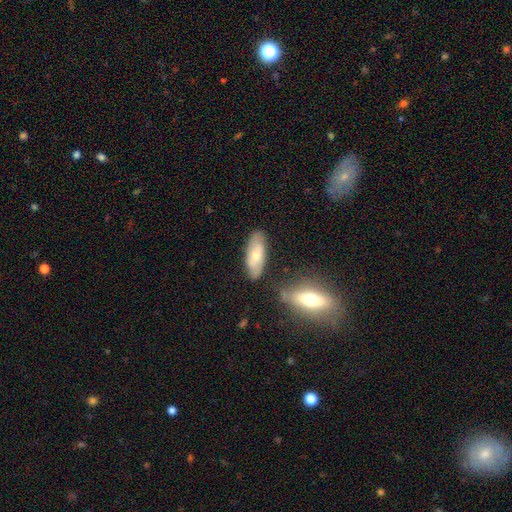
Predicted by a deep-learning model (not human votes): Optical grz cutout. It shows a smooth galaxy with no disk features (60%) that is in between round and cigar-shaped (77%). Merging: none (78%).